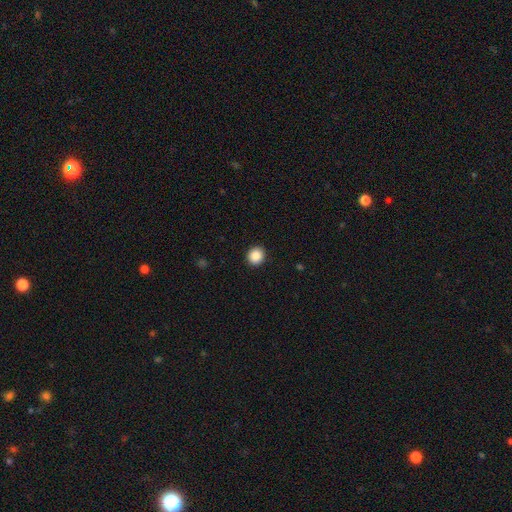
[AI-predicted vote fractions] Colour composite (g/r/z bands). It shows a smooth galaxy with no disk features (88%) that is round (84%). Merging: none (92%).